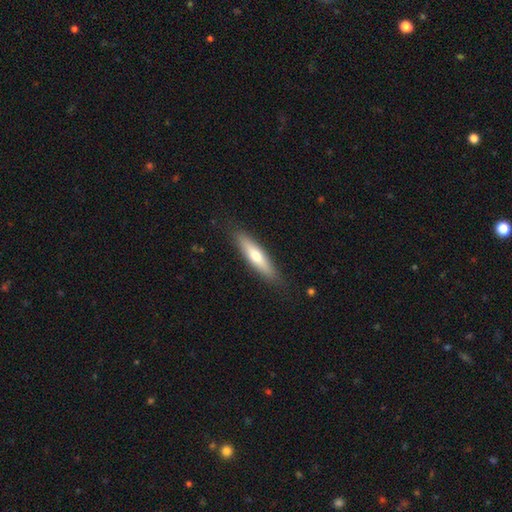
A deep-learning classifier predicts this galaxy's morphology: A smooth galaxy with no disk features (59%) that is cigar-shaped (76%).

Vote fractions:
- Smooth or featured? smooth: 59% / featured or disk: 36% / star or artifact: 5%
- How rounded? cigar-shaped: 76% / in between: 22% / round: 2%
- Merging? none: 86% / minor disturbance: 10% / major disturbance: 2% / merger: 1%